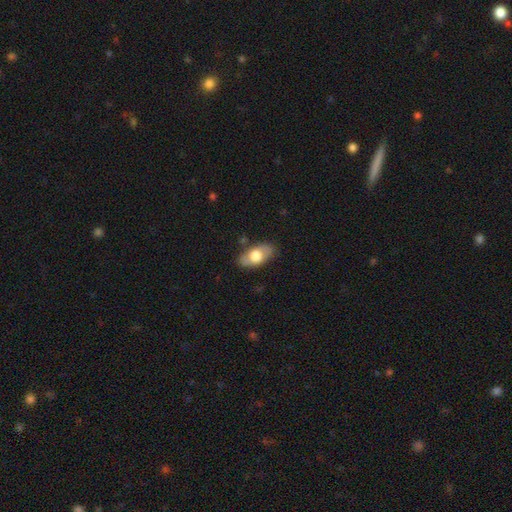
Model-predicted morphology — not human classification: A smooth galaxy with no disk features (62%) that is in between round and cigar-shaped (90%).

Vote fractions:
- Smooth or featured? smooth: 62% / featured or disk: 32% / star or artifact: 6%
- How rounded? in between: 90% / round: 5% / cigar-shaped: 5%
- Merging? none: 80% / minor disturbance: 15% / major disturbance: 3% / merger: 2%